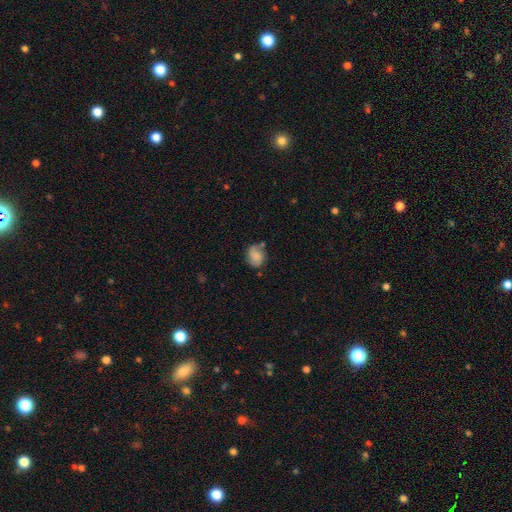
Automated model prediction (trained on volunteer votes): This appears to be a smooth galaxy with no disk features (55%) that is round (57%). Merging: none (65%).